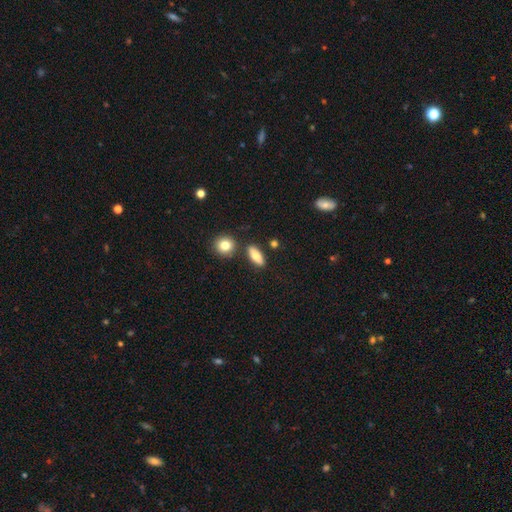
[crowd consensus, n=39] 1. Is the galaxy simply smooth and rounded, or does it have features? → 90% smooth, 10% featured or disk, 0% star or artifact.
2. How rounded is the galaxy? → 71% in between, 26% cigar-shaped, 3% round.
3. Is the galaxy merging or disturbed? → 82% none, 10% merger, 5% major disturbance, 3% minor disturbance.